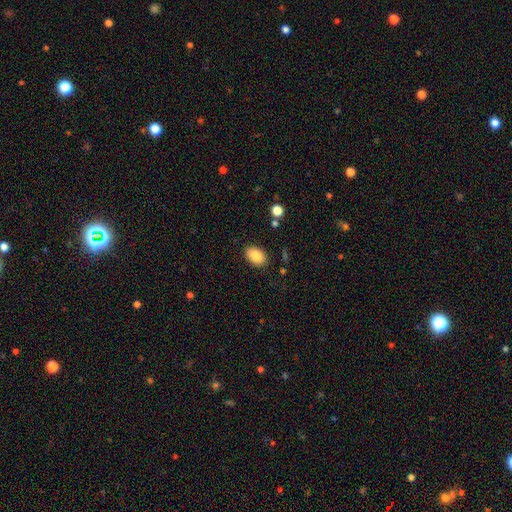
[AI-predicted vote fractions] A smooth galaxy with no disk features (87%) that is in between round and cigar-shaped (89%).

Vote fractions:
- Smooth or featured? smooth: 87% / star or artifact: 8% / featured or disk: 5%
- How rounded? in between: 89% / round: 10% / cigar-shaped: 1%
- Merging? none: 87% / minor disturbance: 9% / major disturbance: 3% / merger: 1%